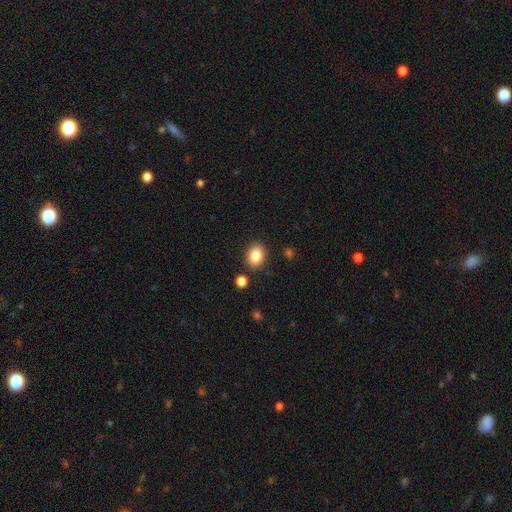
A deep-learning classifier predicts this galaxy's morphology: Smooth or featured? smooth (85%)
How rounded? in between (59%)
Merging? none (86%)